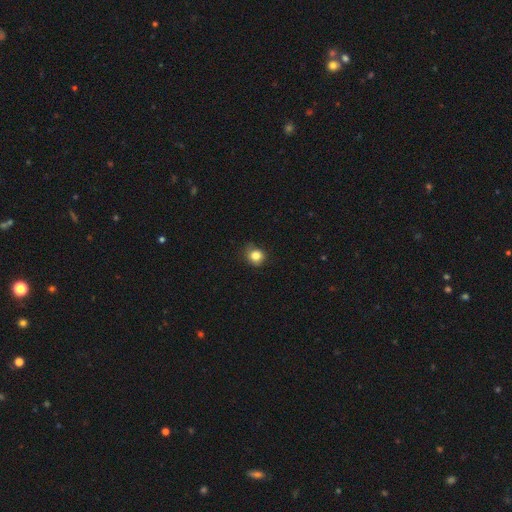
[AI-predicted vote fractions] smooth 84%, star or artifact 11%, featured or disk 6%. Down the decision tree: how rounded — round (81%); merging — none (75%).